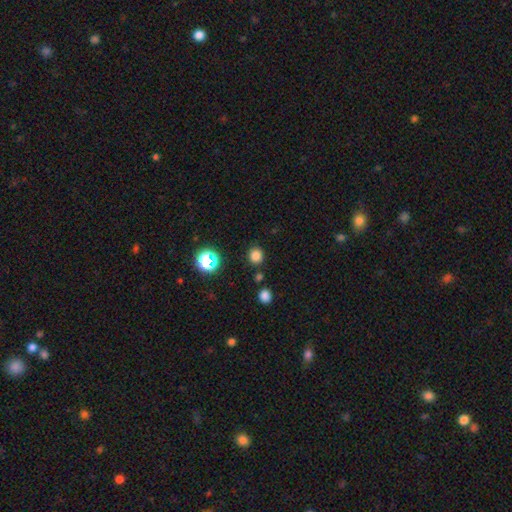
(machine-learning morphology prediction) A smooth galaxy with no disk features (79%) that is round (88%).

Vote fractions:
- Smooth or featured? smooth: 79% / star or artifact: 17% / featured or disk: 4%
- How rounded? round: 88% / in between: 11% / cigar-shaped: 1%
- Merging? none: 86% / minor disturbance: 7% / merger: 4% / major disturbance: 3%